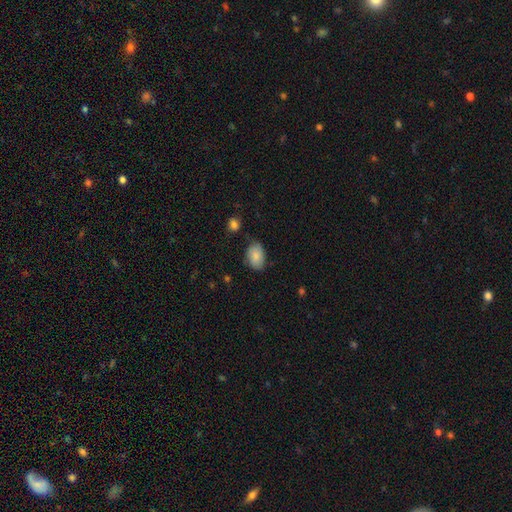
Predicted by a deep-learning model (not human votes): Smooth or featured?
  - smooth: 83% *
  - featured or disk: 10%
  - star or artifact: 7%
How rounded?
  - in between: 85% *
  - round: 13%
  - cigar-shaped: 1%
Merging?
  - none: 71% *
  - minor disturbance: 23%
  - major disturbance: 4%
  - merger: 2%